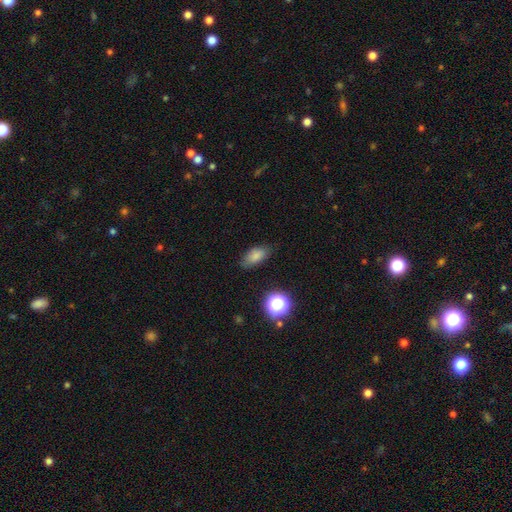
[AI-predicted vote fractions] smooth_or_featured: smooth (p=0.81) [alt: star or artifact p=0.12]
how_rounded: in between (p=0.86) [alt: cigar-shaped p=0.08]
merging: none (p=0.80) [alt: minor disturbance p=0.15]